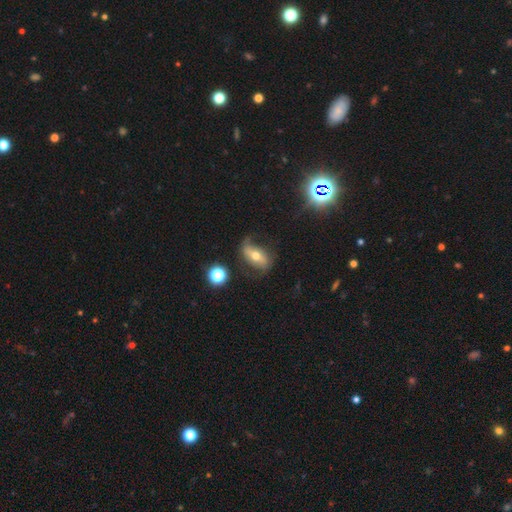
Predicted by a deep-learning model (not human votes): Morphology: type=featured or disk (57%); edge-on=no (84%); merging=none (59%).